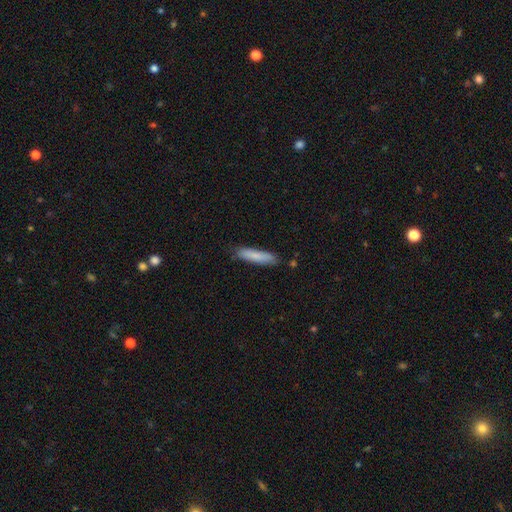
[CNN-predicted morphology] The model was most divided on "smooth or featured": smooth: 81%, featured or disk: 13%, star or artifact: 6%. More confident: how rounded — cigar-shaped (85%); merging — none (84%).